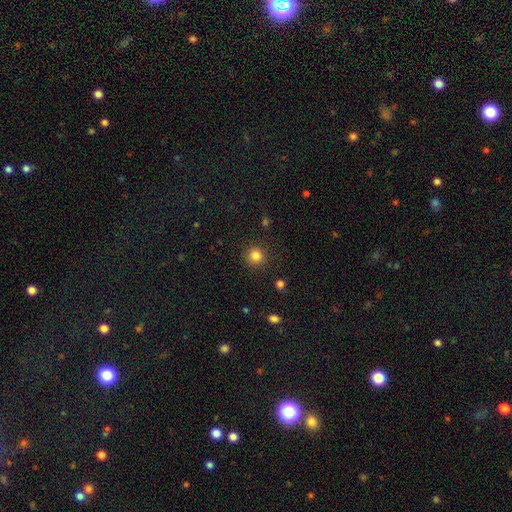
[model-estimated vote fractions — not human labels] The model was most divided on "smooth or featured": smooth: 83%, star or artifact: 12%, featured or disk: 5%. More confident: how rounded — round (94%); merging — none (90%).